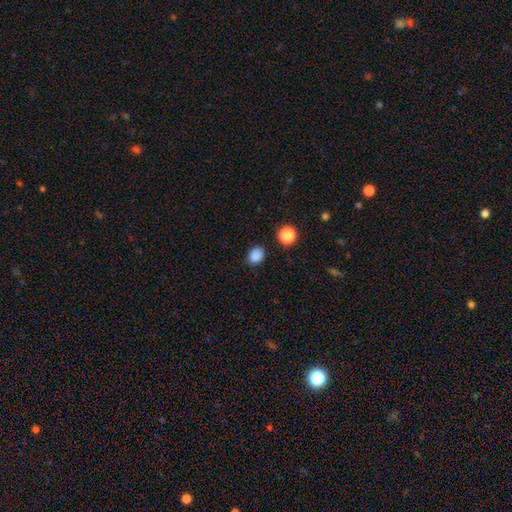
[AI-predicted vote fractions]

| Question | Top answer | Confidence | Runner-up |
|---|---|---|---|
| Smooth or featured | smooth | 85% | star or artifact (12%) |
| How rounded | in between | 56% | round (43%) |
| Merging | none | 81% | minor disturbance (14%) |